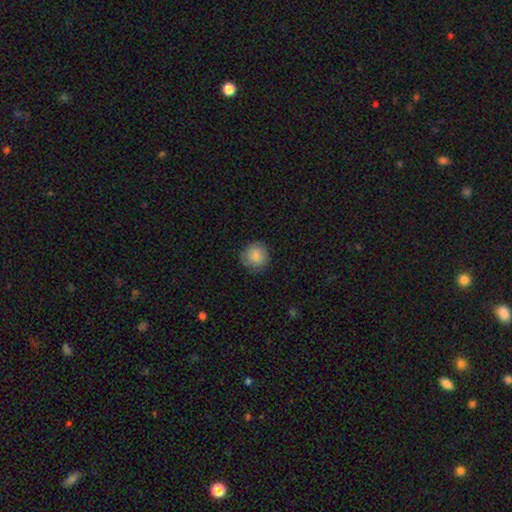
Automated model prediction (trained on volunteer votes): smooth_or_featured: smooth (p=0.85) [alt: featured or disk p=0.07]
how_rounded: round (p=0.91) [alt: in between p=0.08]
merging: none (p=0.83) [alt: minor disturbance p=0.13]